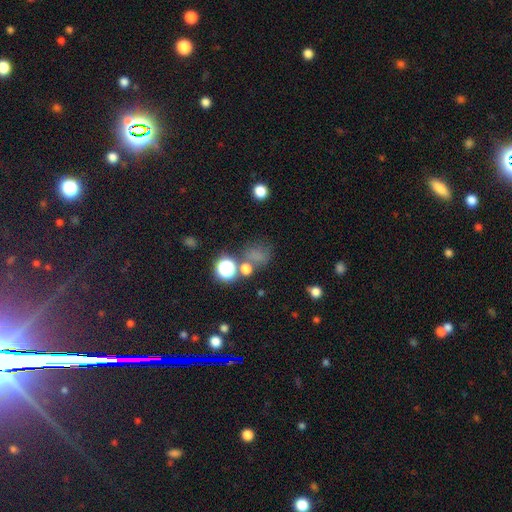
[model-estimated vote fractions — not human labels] This is likely a smooth galaxy (61%). How rounded: likely round (72%). Merging: possibly none (57%).